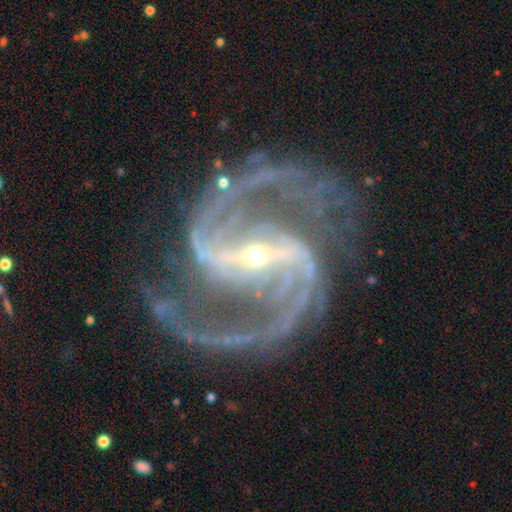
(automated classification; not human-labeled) Morphology: type=featured or disk (94%); edge-on=no (98%); bar=strong (72%); spiral arms=yes (99%); winding=medium (63%); arm count=2 (87%); bulge=small (75%); merging=none (75%).